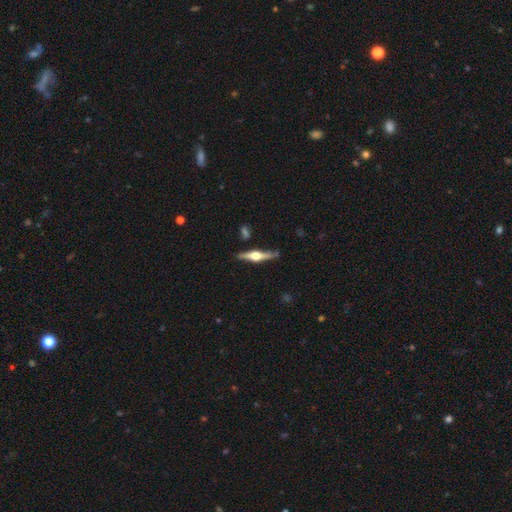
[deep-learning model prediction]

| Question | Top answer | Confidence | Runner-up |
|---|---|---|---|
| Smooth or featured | featured or disk | 76% | smooth (19%) |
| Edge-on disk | yes | 97% | no (3%) |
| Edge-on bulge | rounded | 95% | boxy (3%) |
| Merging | none | 81% | minor disturbance (12%) |